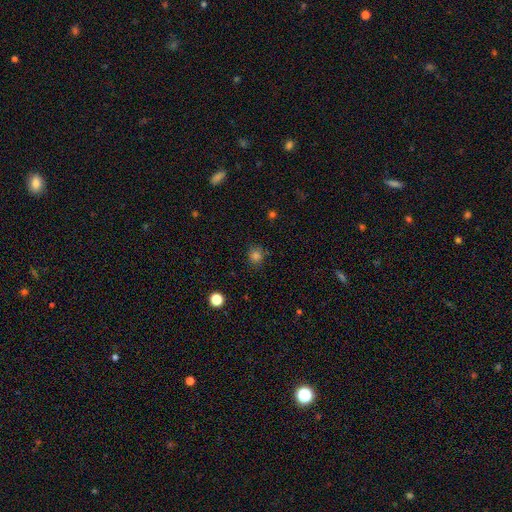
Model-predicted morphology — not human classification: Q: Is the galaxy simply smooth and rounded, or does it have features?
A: smooth — 80%.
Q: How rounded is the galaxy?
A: round — 88%.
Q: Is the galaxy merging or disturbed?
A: none — 85%.